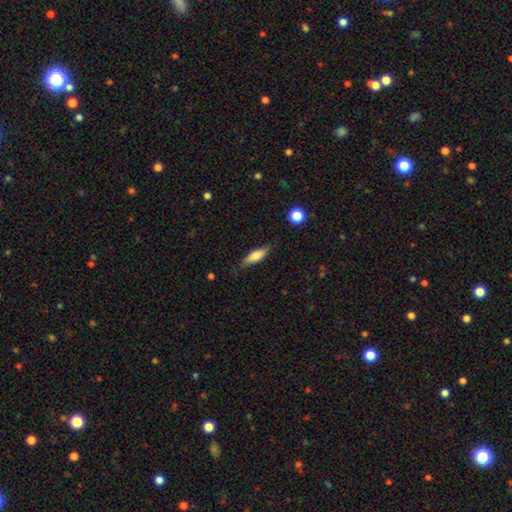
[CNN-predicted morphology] This is likely a smooth galaxy (71%). How rounded: possibly in between (52%). Merging: likely none (74%).